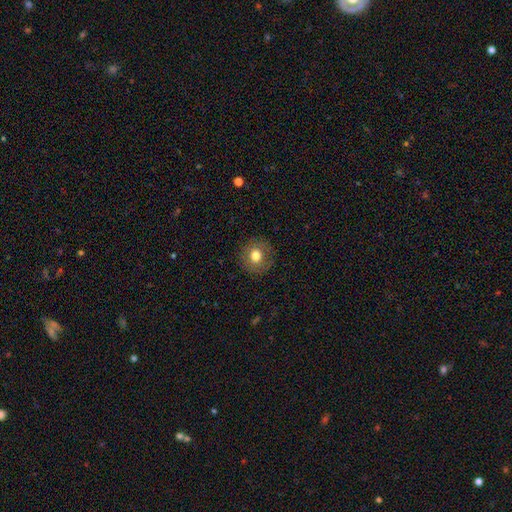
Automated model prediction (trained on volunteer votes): Smooth or featured: smooth — 75% (featured or disk — 14%)
How rounded: round — 92% (in between — 8%)
Merging: none — 88% (minor disturbance — 8%)